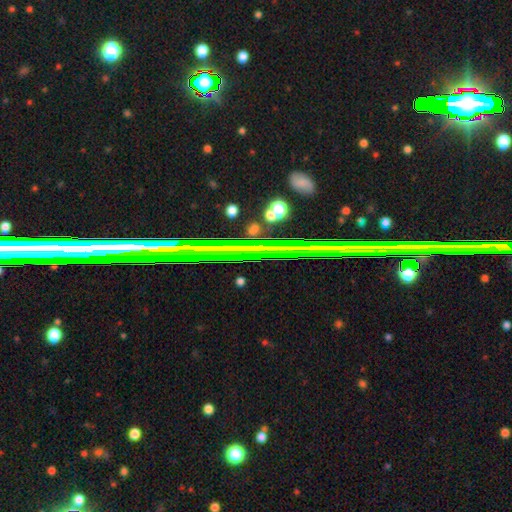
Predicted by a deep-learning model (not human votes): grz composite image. It shows a star or artifact, not a galaxy (50%).